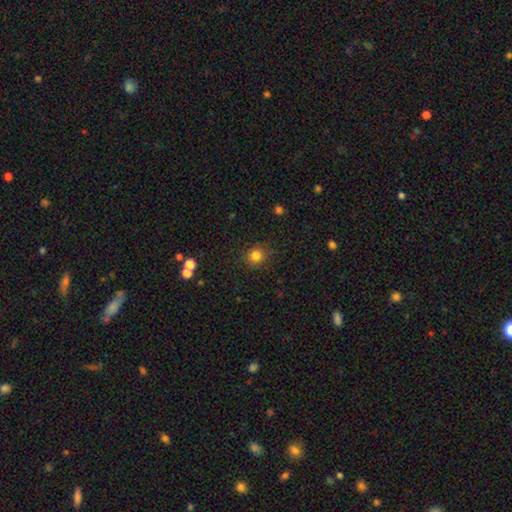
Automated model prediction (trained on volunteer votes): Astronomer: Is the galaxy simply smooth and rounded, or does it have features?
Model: smooth — 81%.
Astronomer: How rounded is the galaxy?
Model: round — 88%.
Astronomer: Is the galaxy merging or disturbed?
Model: none — 87%.